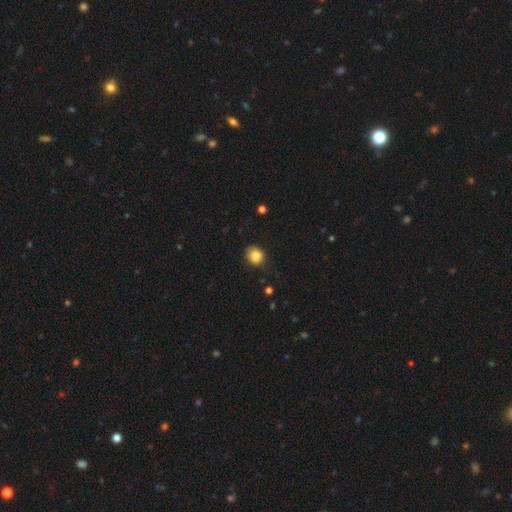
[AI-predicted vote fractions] smooth 83%, star or artifact 10%, featured or disk 8%. Down the decision tree: how rounded — round (68%); merging — none (84%).